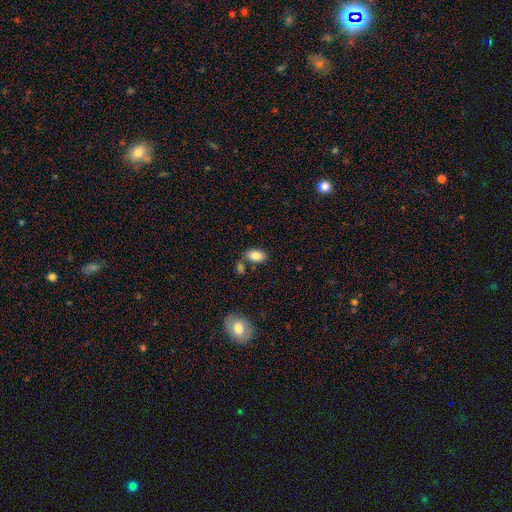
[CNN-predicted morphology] smooth_or_featured: smooth (p=0.84) [alt: featured or disk p=0.08]
how_rounded: in between (p=0.91) [alt: round p=0.07]
merging: none (p=0.69) [alt: merger p=0.14]